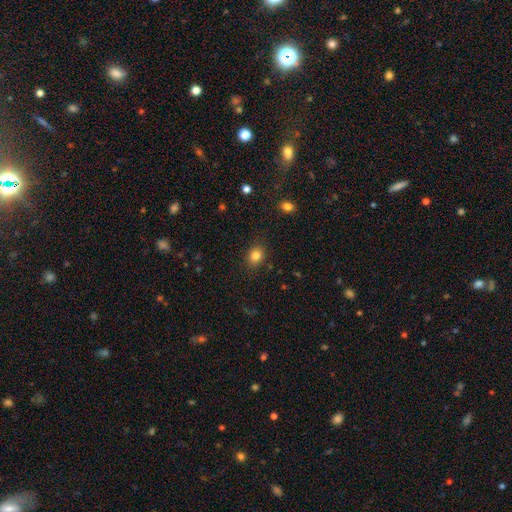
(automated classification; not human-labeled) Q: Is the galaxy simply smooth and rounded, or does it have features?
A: smooth — 83%.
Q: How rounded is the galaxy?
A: round — 53%.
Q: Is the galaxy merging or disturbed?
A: none — 85%.